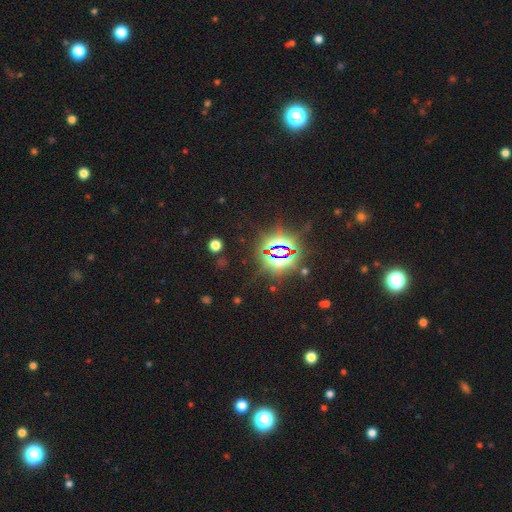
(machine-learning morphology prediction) This appears to be a star or artifact, not a galaxy (83%).